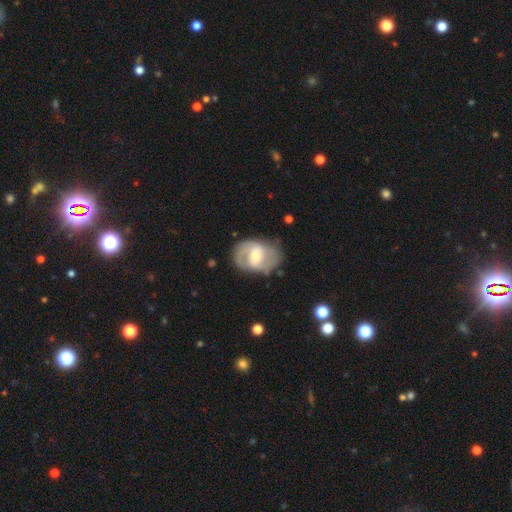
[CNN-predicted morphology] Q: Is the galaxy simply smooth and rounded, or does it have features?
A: featured or disk — 75%.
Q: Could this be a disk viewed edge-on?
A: no — 96%.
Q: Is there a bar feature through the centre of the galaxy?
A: weak — 48%.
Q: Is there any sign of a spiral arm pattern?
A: yes — 84%.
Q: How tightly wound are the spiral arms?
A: medium — 50%.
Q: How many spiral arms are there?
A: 2 — 79%.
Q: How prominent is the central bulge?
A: moderate — 54%.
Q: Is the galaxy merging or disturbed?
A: none — 72%.